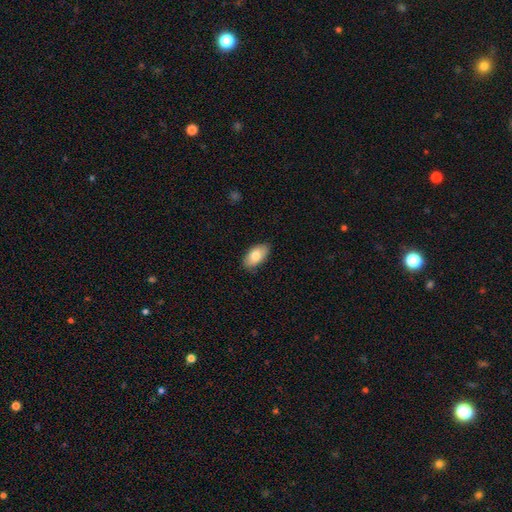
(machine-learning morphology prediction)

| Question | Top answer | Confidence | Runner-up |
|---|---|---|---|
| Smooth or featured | smooth | 80% | featured or disk (13%) |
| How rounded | in between | 94% | round (3%) |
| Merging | none | 85% | minor disturbance (12%) |